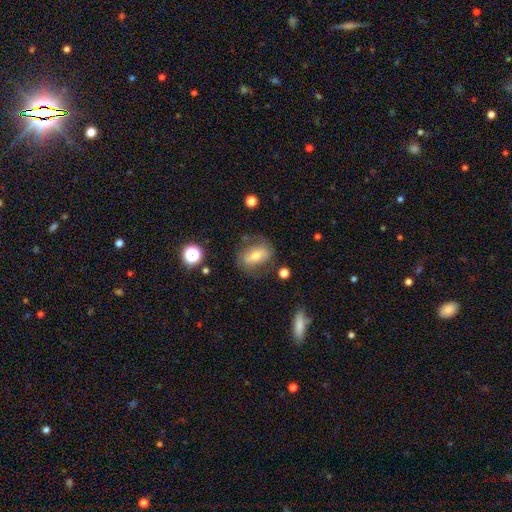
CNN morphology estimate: A smooth galaxy with no disk features (51%) that is in between round and cigar-shaped (76%). Merging: none (68%).